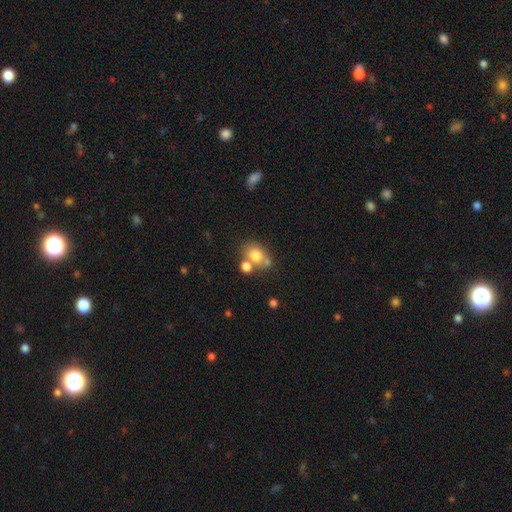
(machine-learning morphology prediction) Smooth or featured? smooth (75%)
How rounded? round (56%)
Merging? none (51%)